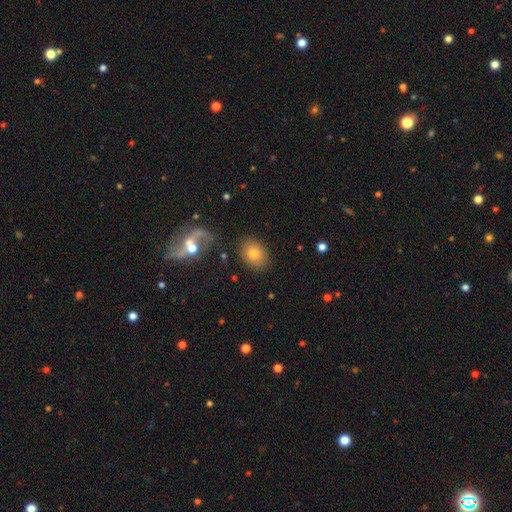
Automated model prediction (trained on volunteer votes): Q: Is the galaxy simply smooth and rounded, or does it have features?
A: smooth — 75%.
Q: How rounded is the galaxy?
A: in between — 64%.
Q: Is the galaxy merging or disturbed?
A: none — 85%.